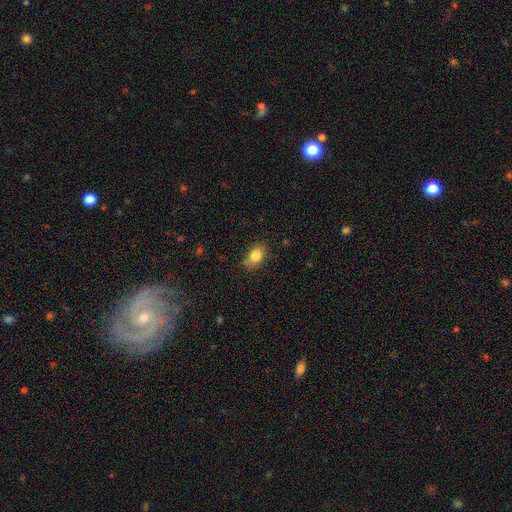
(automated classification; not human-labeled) Smooth or featured? Predicted: smooth (p=0.83). How rounded? Predicted: in between (p=0.80). Merging? Predicted: none (p=0.76).